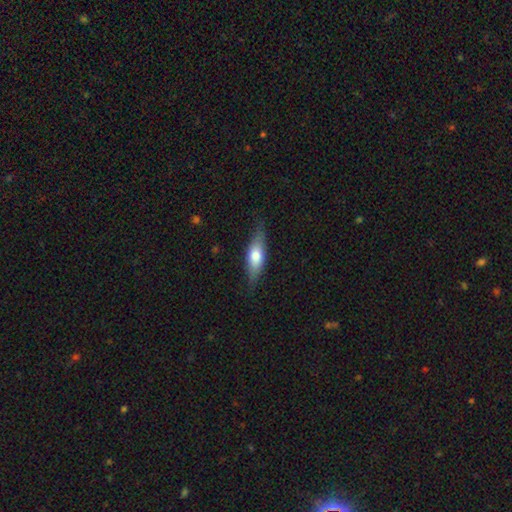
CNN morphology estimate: type=smooth (62%); roundness=in between (58%); merging=none (78%).